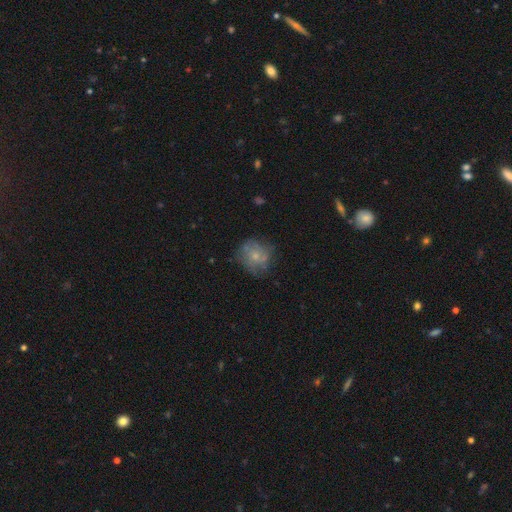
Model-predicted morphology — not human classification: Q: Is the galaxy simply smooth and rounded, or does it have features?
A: featured or disk — 48%.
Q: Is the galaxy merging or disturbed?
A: none — 64%.